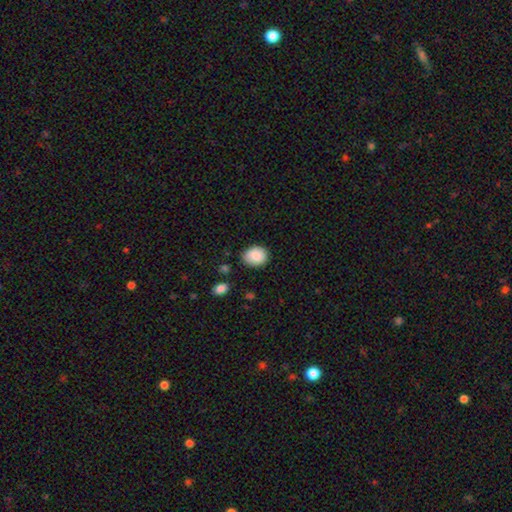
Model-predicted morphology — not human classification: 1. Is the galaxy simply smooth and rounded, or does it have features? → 88% smooth, 8% star or artifact, 4% featured or disk.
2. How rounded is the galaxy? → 57% round, 42% in between, 1% cigar-shaped.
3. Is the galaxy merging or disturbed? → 81% none, 14% minor disturbance, 3% major disturbance, 2% merger.